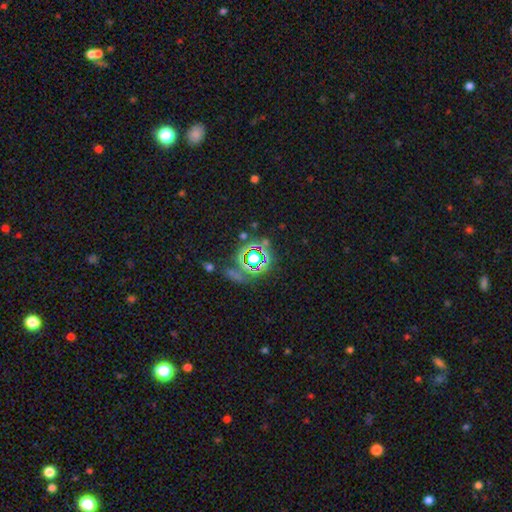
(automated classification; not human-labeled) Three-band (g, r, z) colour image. It shows a star or artifact, not a galaxy (73%).